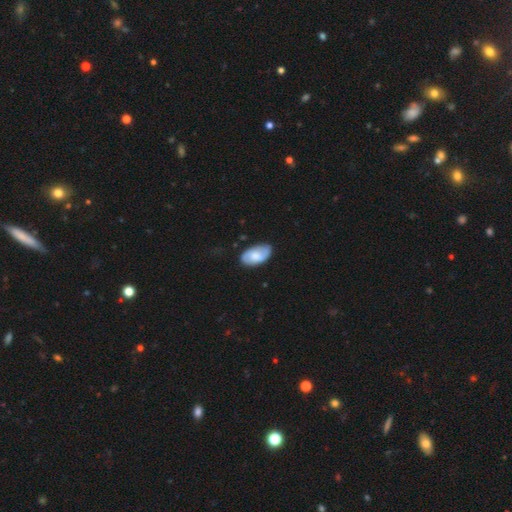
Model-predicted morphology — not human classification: Q: Smooth or featured?
A: smooth (63%); runner-up: featured or disk (31%)
Q: How rounded?
A: in between (94%); runner-up: round (4%)
Q: Merging?
A: none (81%); runner-up: minor disturbance (15%)